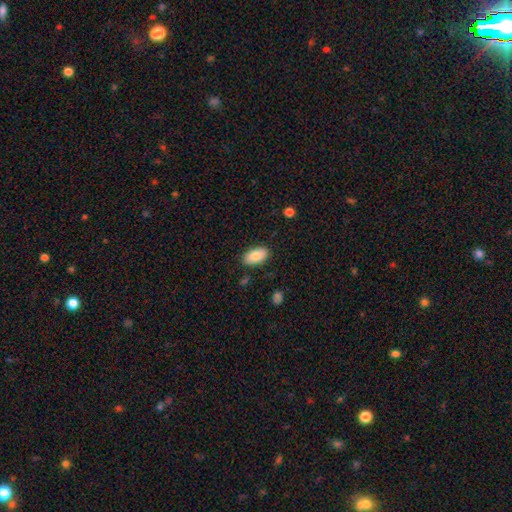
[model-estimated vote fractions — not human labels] This is clearly a smooth galaxy (85%). How rounded: clearly in between (95%). Merging: clearly none (85%).